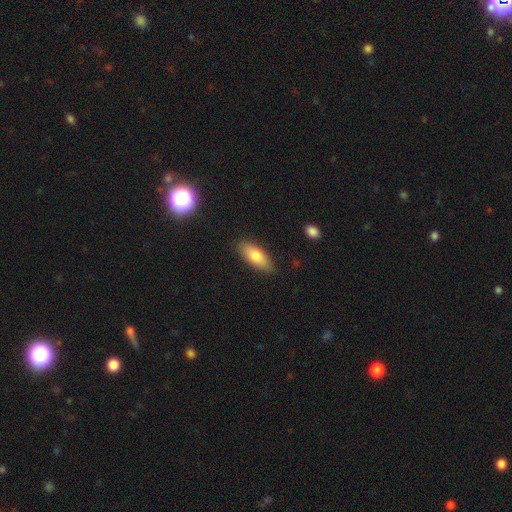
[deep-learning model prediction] The model was most divided on "how rounded": in between: 77%, cigar-shaped: 20%, round: 2%. More confident: merging — none (86%); smooth or featured — smooth (77%).